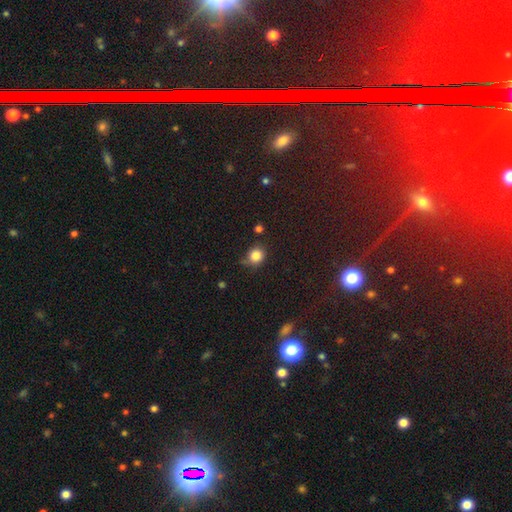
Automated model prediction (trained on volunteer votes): Smooth or featured? smooth (83%)
How rounded? round (80%)
Merging? none (65%)